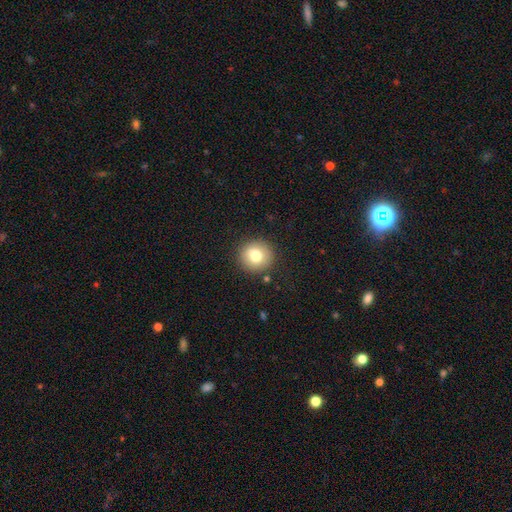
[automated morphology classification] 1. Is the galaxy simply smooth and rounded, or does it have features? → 78% smooth, 12% featured or disk, 10% star or artifact.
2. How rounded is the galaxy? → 91% round, 8% in between, 1% cigar-shaped.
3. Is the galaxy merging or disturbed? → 88% none, 7% minor disturbance, 3% major disturbance, 2% merger.